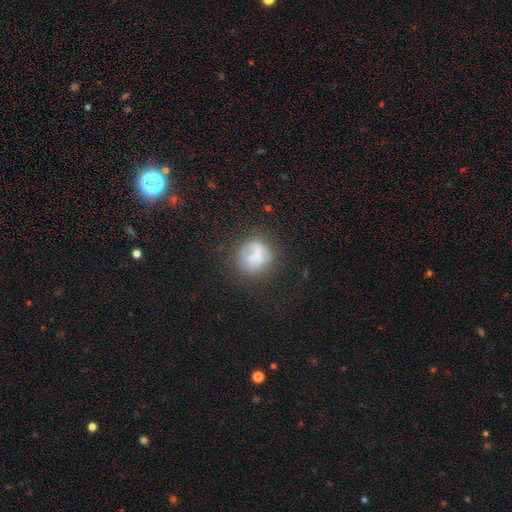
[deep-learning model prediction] This appears to be a smooth galaxy with no disk features (52%) that is round (81%). Merging: none (52%).